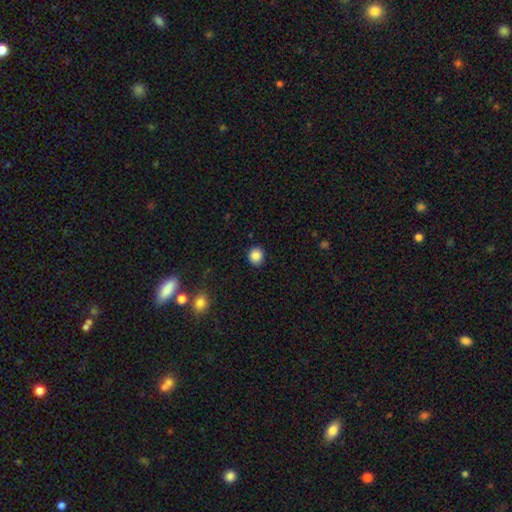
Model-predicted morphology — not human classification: Smooth or featured?
  - smooth: 86% *
  - star or artifact: 10%
  - featured or disk: 4%
How rounded?
  - round: 88% *
  - in between: 11%
  - cigar-shaped: 1%
Merging?
  - none: 91% *
  - minor disturbance: 6%
  - major disturbance: 2%
  - merger: 1%